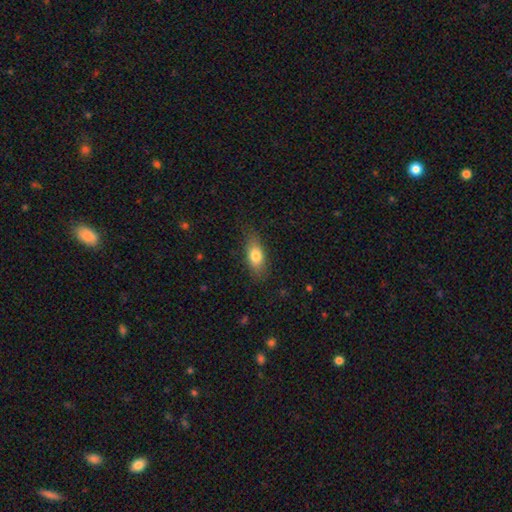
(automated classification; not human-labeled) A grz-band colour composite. It shows a smooth galaxy with no disk features (77%) that is in between round and cigar-shaped (80%). Merging: none (77%).